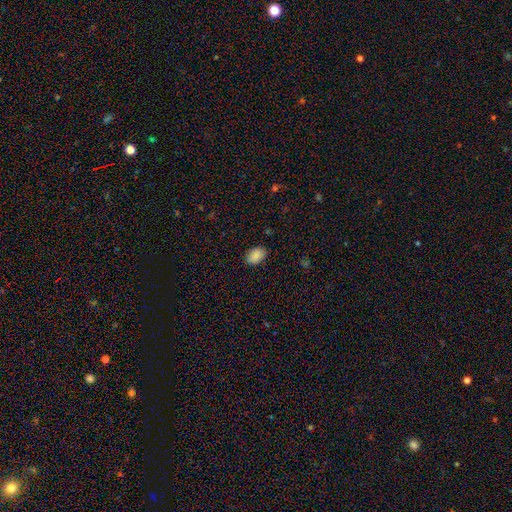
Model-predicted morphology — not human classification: The model was most divided on "how rounded": in between: 87%, round: 12%, cigar-shaped: 1%. More confident: smooth or featured — smooth (89%); merging — none (87%).